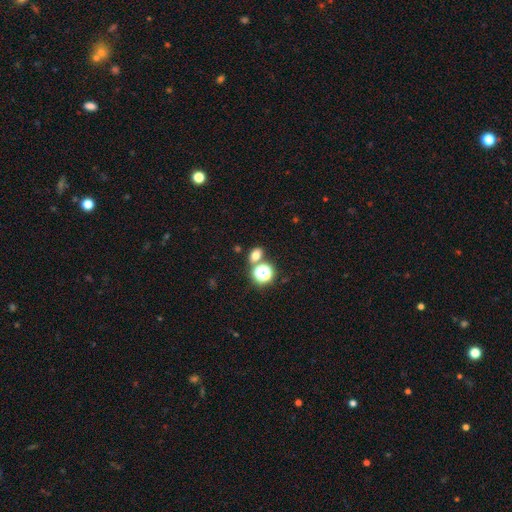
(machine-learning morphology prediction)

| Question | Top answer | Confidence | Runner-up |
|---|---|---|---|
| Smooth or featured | smooth | 69% | star or artifact (23%) |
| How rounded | in between | 56% | round (42%) |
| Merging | none | 69% | merger (18%) |